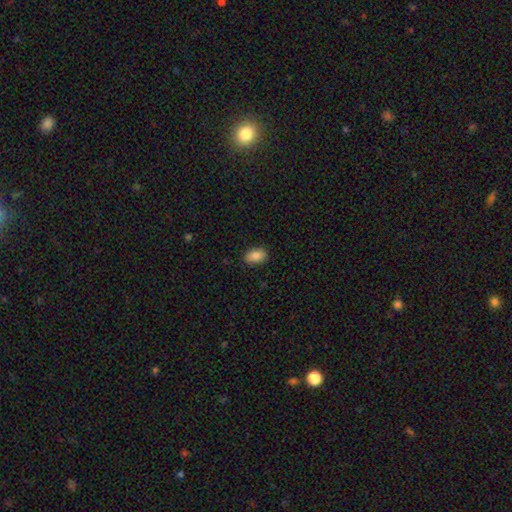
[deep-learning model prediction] smooth 85%, star or artifact 8%, featured or disk 7%. Down the decision tree: how rounded — in between (87%); merging — none (86%).